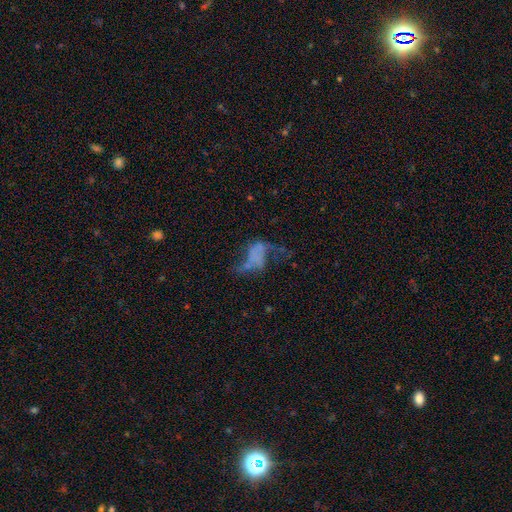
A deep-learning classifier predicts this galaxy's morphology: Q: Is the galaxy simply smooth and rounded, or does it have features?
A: featured or disk — 56%.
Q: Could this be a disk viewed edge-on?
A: no — 96%.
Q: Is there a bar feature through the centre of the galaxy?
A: no — 83%.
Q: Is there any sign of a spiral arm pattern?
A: no — 70%.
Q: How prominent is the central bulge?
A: none — 84%.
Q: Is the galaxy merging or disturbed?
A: major disturbance — 47%.